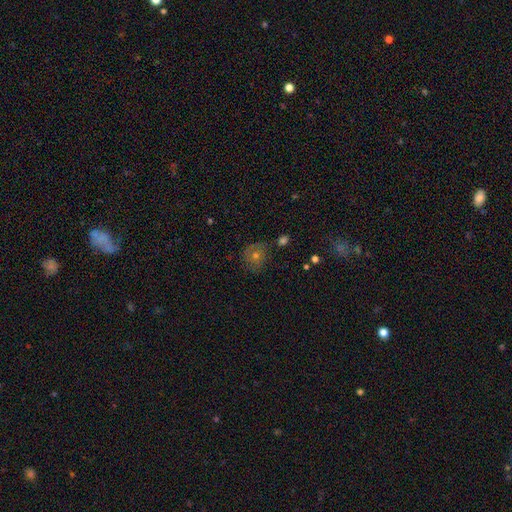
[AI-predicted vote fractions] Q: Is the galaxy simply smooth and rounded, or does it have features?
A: smooth — 41%.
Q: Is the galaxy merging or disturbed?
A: none — 73%.